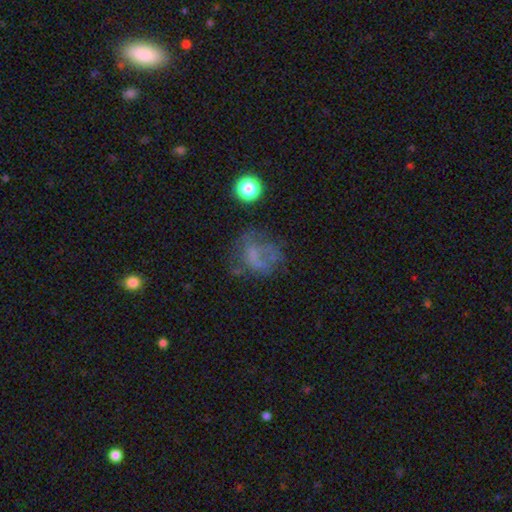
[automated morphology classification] Smooth or featured?
  - featured or disk: 40% *
  - smooth: 39%
  - star or artifact: 21%
Merging?
  - none: 43% *
  - major disturbance: 31%
  - minor disturbance: 20%
  - merger: 6%